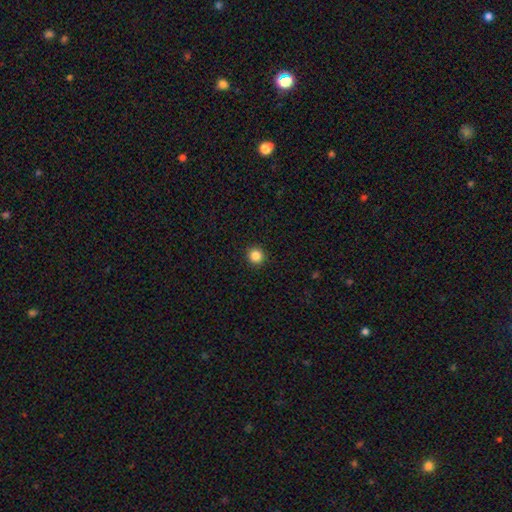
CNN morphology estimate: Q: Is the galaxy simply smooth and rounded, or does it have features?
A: smooth — 85%.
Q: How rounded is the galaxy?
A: round — 94%.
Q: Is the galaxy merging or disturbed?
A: none — 93%.